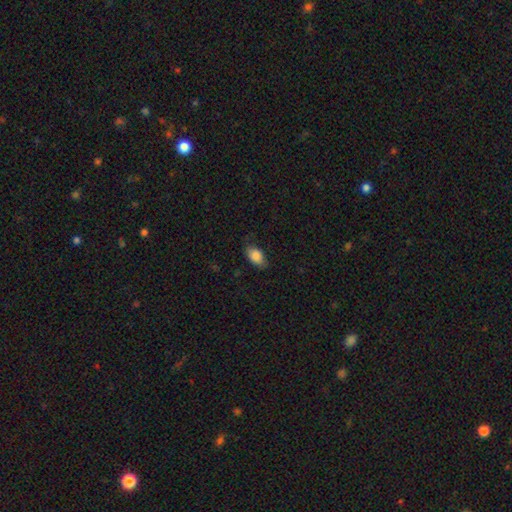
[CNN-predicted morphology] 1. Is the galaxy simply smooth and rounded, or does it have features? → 86% smooth, 7% star or artifact, 6% featured or disk.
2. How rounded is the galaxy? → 90% in between, 8% round, 2% cigar-shaped.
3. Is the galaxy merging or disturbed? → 76% none, 19% minor disturbance, 4% major disturbance, 1% merger.